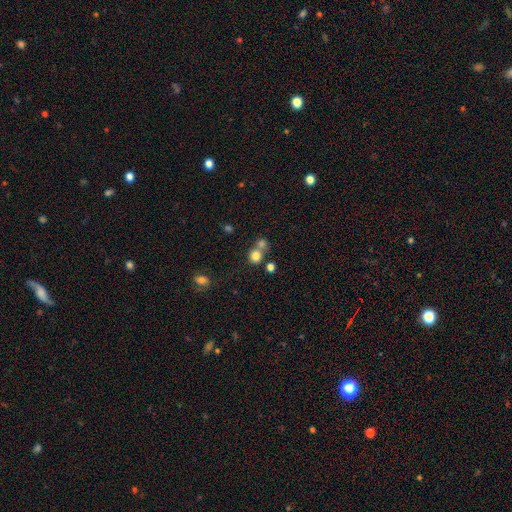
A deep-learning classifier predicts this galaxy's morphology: Smooth or featured: smooth — 78% (star or artifact — 13%)
How rounded: round — 85% (in between — 14%)
Merging: none — 49% (merger — 40%)